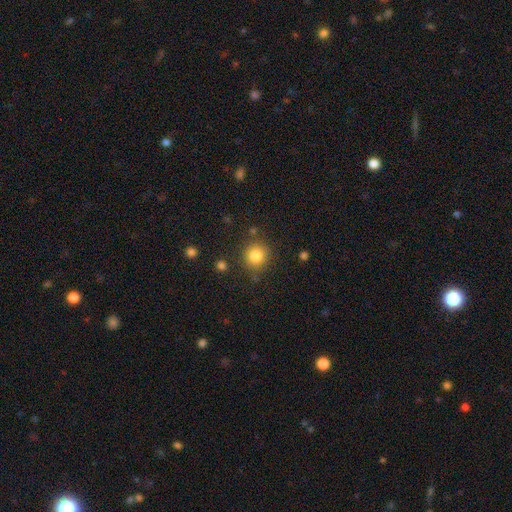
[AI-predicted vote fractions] This is clearly a smooth galaxy (83%). How rounded: clearly round (91%). Merging: clearly none (81%).